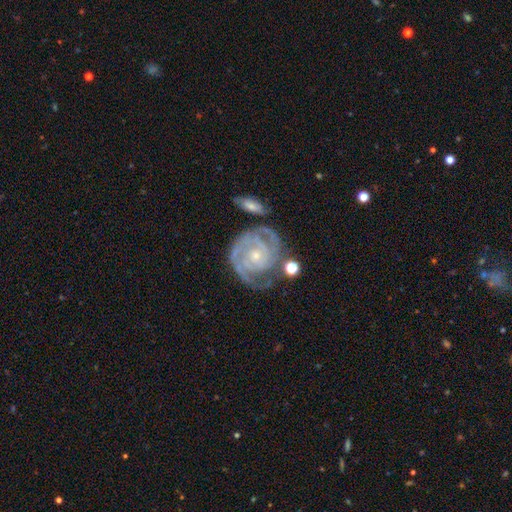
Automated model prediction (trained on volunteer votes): featured or disk 89%, smooth 6%, star or artifact 5%. Down the decision tree: edge-on disk — no (98%); bar — no (73%); spiral arms — yes (97%); spiral arm count — 2 (43%); spiral winding — tight (76%); bulge size — small (71%); merging — none (64%).